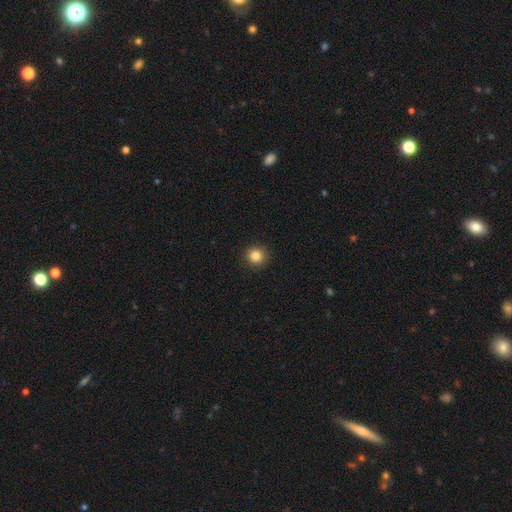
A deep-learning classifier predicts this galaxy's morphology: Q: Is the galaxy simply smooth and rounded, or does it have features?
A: smooth — 84%.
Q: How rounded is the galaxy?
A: round — 93%.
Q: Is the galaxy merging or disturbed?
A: none — 92%.